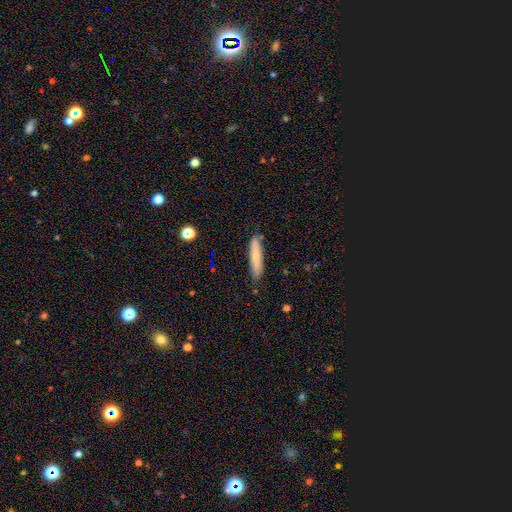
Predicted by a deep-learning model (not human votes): smooth_or_featured: smooth (p=0.73) [alt: featured or disk p=0.21]
how_rounded: cigar-shaped (p=0.86) [alt: in between p=0.13]
merging: none (p=0.83) [alt: minor disturbance p=0.13]